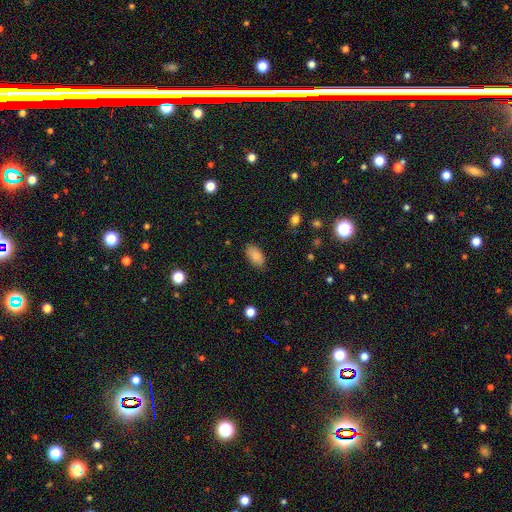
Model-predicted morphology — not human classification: The model was most divided on "merging": none: 82%, minor disturbance: 14%, major disturbance: 3%, merger: 1%. More confident: how rounded — in between (94%); smooth or featured — smooth (86%).